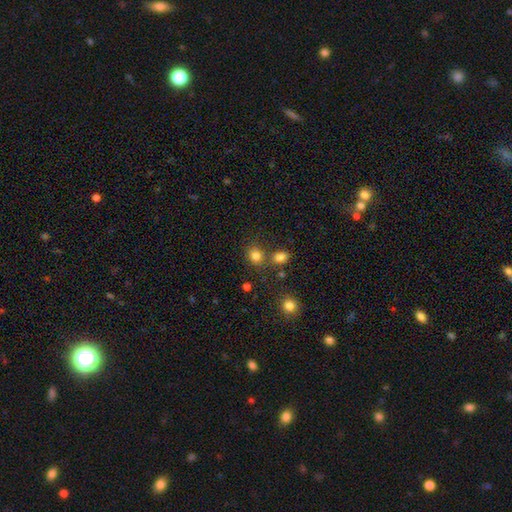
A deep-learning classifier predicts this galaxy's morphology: Q: Smooth or featured?
A: smooth (82%); runner-up: star or artifact (13%)
Q: How rounded?
A: round (73%); runner-up: in between (26%)
Q: Merging?
A: none (68%); runner-up: merger (19%)